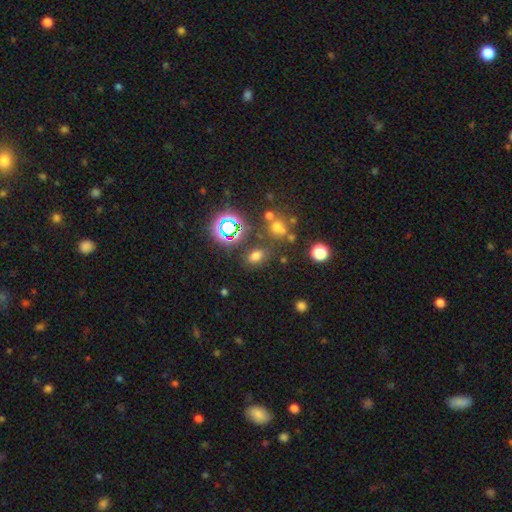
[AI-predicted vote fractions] Overall: smooth (64%; star or artifact 28%). How rounded: in between (71%). Merging: none (76%).